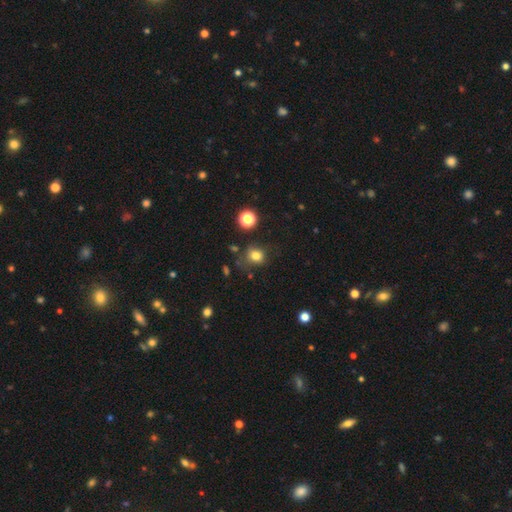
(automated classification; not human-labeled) The model was most divided on "how rounded": round: 71%, in between: 28%, cigar-shaped: 1%. More confident: smooth or featured — smooth (79%); merging — none (68%).